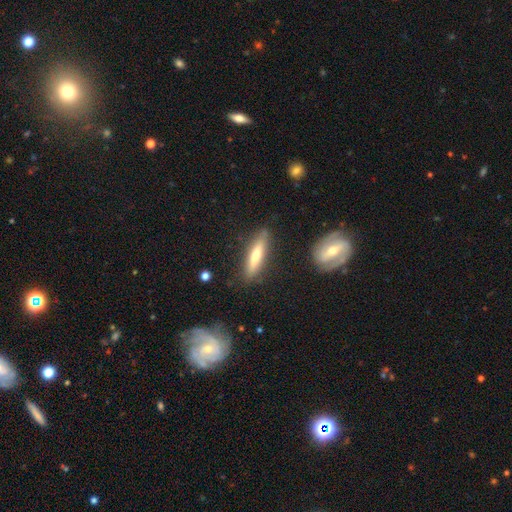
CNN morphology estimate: Smooth or featured: smooth — 57% (featured or disk — 37%)
How rounded: cigar-shaped — 80% (in between — 18%)
Merging: none — 84% (minor disturbance — 11%)